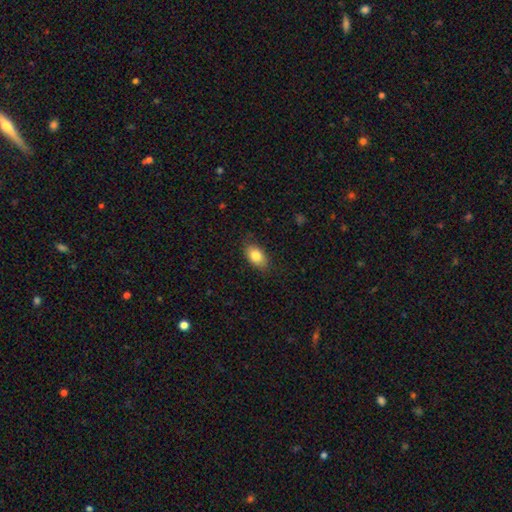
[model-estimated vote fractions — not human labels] smooth_or_featured: smooth (p=0.83) [alt: featured or disk p=0.10]
how_rounded: in between (p=0.89) [alt: round p=0.09]
merging: none (p=0.83) [alt: minor disturbance p=0.13]